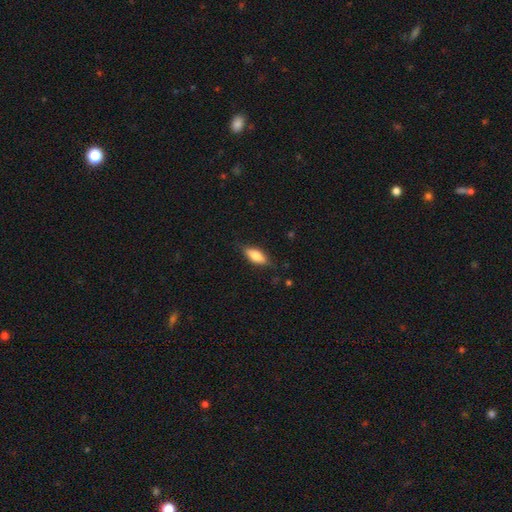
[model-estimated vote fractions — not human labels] This is likely a smooth galaxy (72%). How rounded: likely in between (74%). Merging: clearly none (81%).